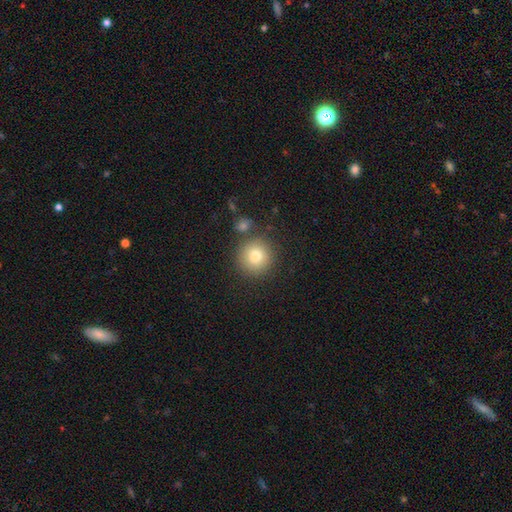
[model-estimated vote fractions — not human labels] This is likely a smooth galaxy (79%). How rounded: clearly round (94%). Merging: clearly none (80%).